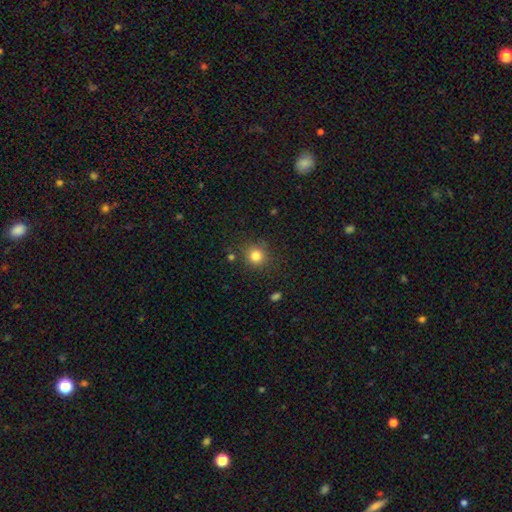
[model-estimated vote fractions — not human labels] Smooth or featured? smooth (82%)
How rounded? round (91%)
Merging? none (84%)